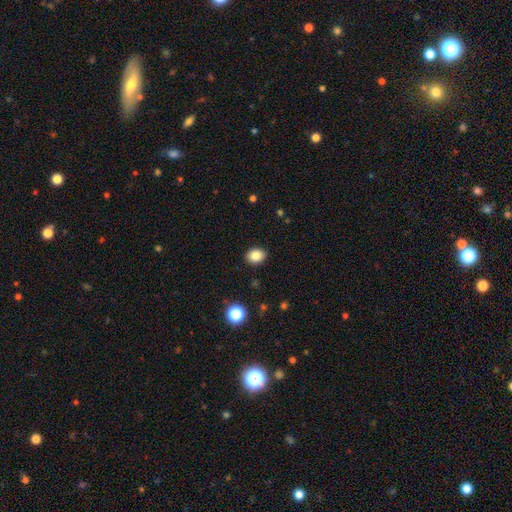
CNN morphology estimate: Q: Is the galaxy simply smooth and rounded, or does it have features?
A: smooth — 84%.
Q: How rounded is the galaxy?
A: in between — 52%.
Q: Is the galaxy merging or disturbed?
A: none — 90%.